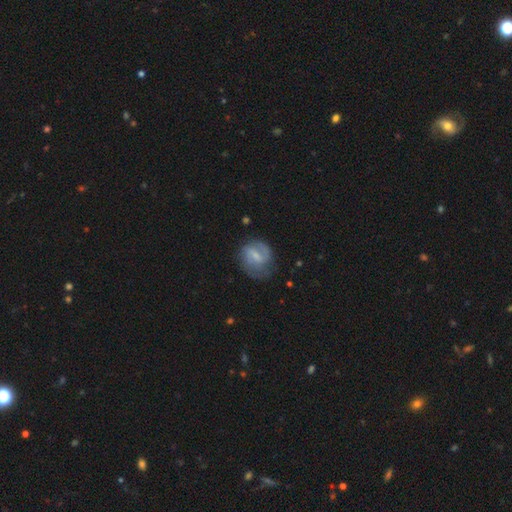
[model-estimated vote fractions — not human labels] Smooth or featured: featured or disk — 70% (smooth — 24%)
Edge-on disk: no — 97% (yes — 3%)
Bar: weak — 56% (strong — 28%)
Spiral arms: yes — 89% (no — 11%)
Spiral winding: medium — 47% (tight — 31%)
Spiral arm count: 2 — 72% (can't tell — 13%)
Bulge size: small — 44% (moderate — 28%)
Merging: none — 65% (minor disturbance — 22%)